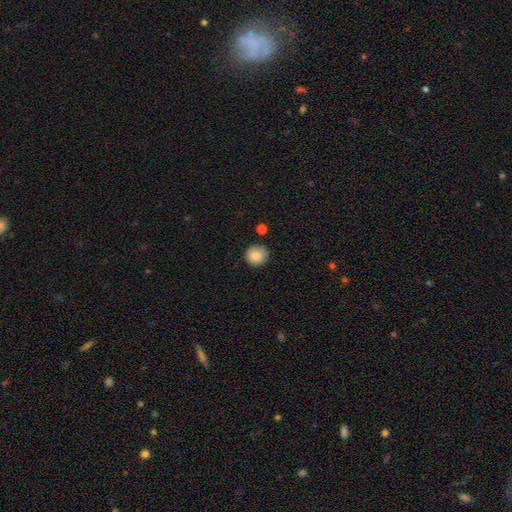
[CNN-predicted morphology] This is clearly a smooth galaxy (87%). How rounded: clearly round (92%). Merging: clearly none (85%).